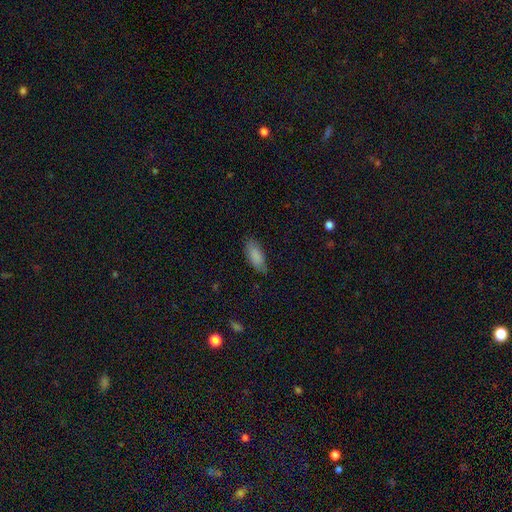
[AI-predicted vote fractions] smooth_or_featured: smooth (p=0.87) [alt: featured or disk p=0.06]
how_rounded: in between (p=0.79) [alt: cigar-shaped p=0.19]
merging: none (p=0.79) [alt: minor disturbance p=0.16]